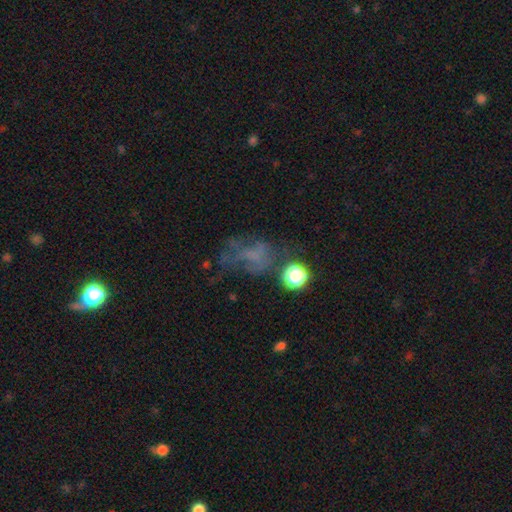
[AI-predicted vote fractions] This is marginally a smooth galaxy (37%). Merging: marginally none (39%).